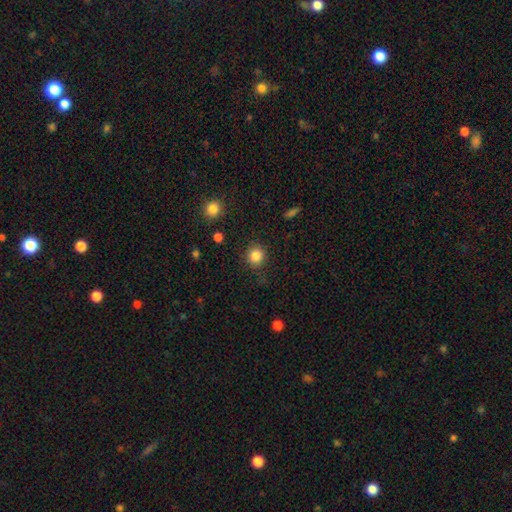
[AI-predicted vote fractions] The model was most divided on "smooth or featured": smooth: 85%, star or artifact: 11%, featured or disk: 4%. More confident: how rounded — round (91%); merging — none (87%).